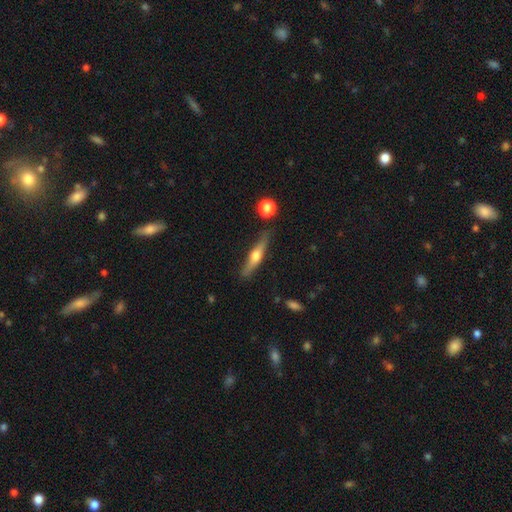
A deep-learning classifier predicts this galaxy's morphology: A featured or disk galaxy (58%) viewed edge-on (94%) with a rounded central bulge (92%). Merging: none (82%).